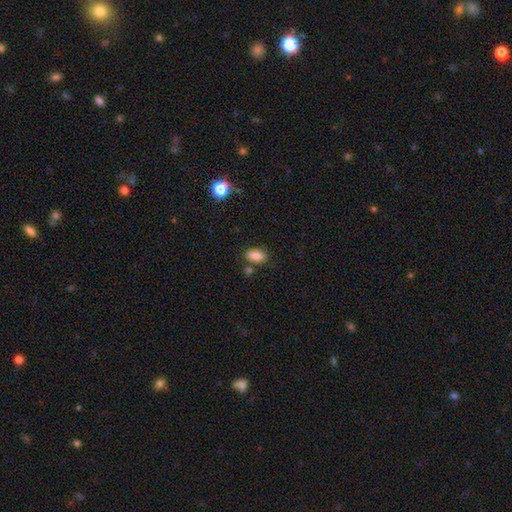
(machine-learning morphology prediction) Smooth or featured? smooth (86%)
How rounded? in between (90%)
Merging? none (72%)